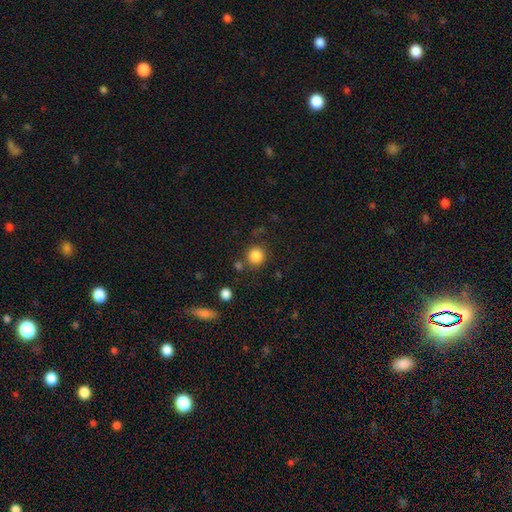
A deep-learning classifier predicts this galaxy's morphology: Smooth or featured? Predicted: smooth (p=0.85). How rounded? Predicted: round (p=0.92). Merging? Predicted: none (p=0.81).